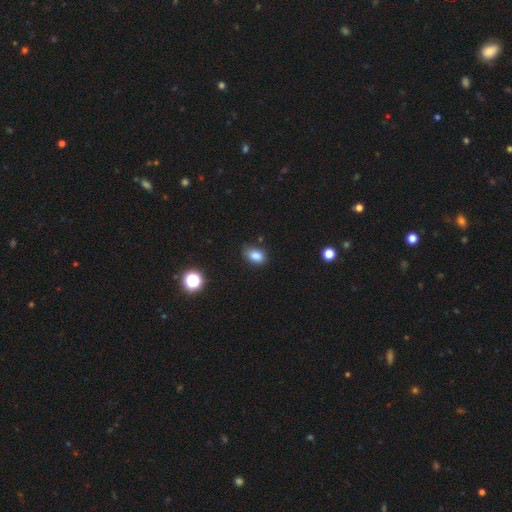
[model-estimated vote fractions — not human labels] This is clearly a smooth galaxy (84%). How rounded: clearly in between (83%). Merging: likely none (74%).